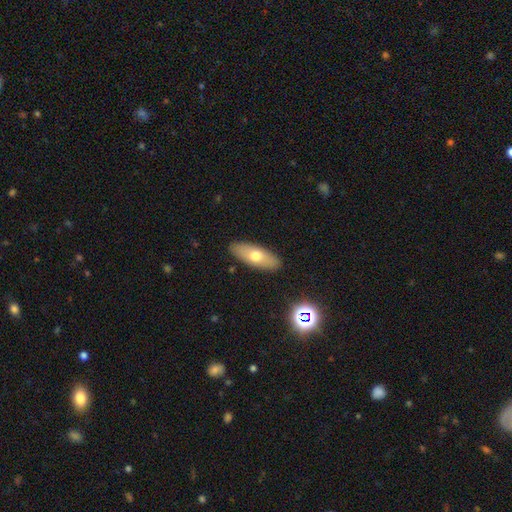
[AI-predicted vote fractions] Overall: smooth (64%; featured or disk 30%). How rounded: in between (73%). Merging: none (88%).